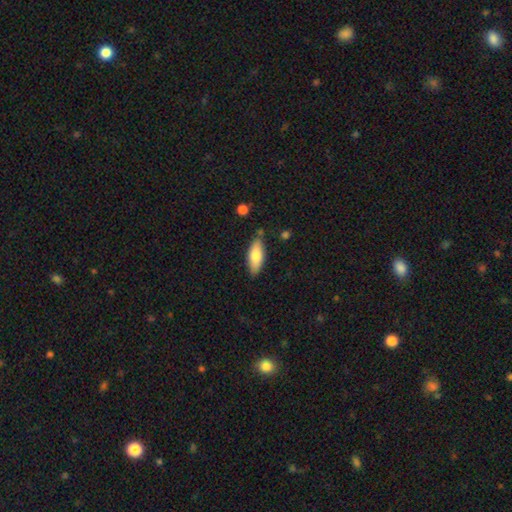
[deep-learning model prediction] The model was most divided on "how rounded": in between: 74%, cigar-shaped: 23%, round: 2%. More confident: merging — none (81%); smooth or featured — smooth (75%).